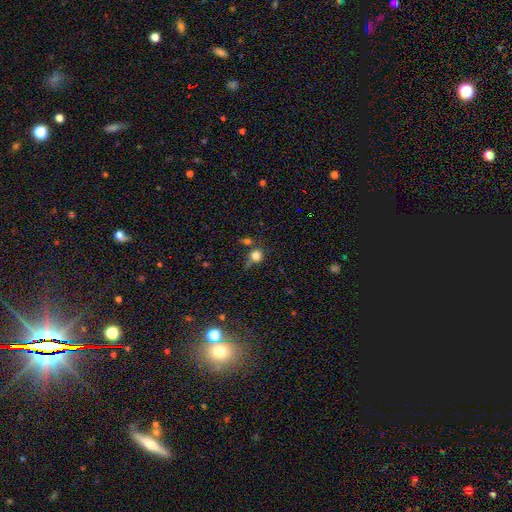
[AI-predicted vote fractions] A smooth galaxy with no disk features (77%) that is round (82%).

Vote fractions:
- Smooth or featured? smooth: 77% / star or artifact: 14% / featured or disk: 9%
- How rounded? round: 82% / in between: 16% / cigar-shaped: 2%
- Merging? none: 52% / minor disturbance: 21% / merger: 15% / major disturbance: 11%